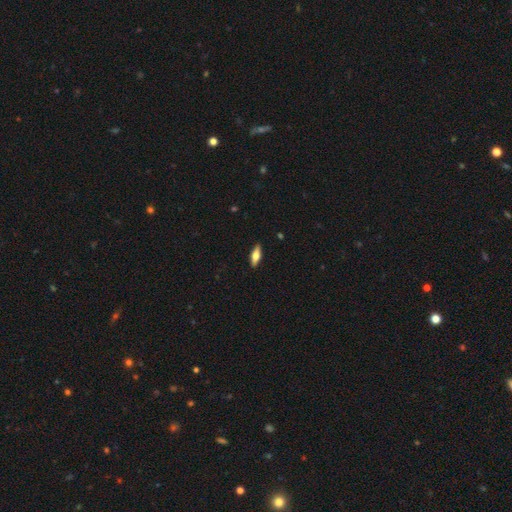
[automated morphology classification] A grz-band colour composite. It shows a smooth galaxy with no disk features (57%) that is in between round and cigar-shaped (58%). Merging: none (90%).